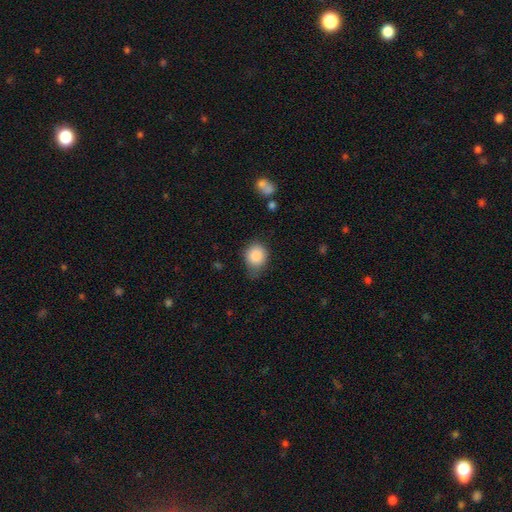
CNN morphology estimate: type=smooth (86%); roundness=round (63%); merging=none (54%).